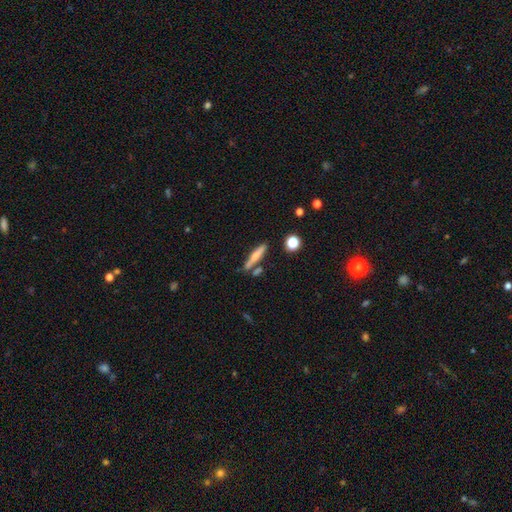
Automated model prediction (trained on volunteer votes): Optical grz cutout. It shows a smooth galaxy with no disk features (64%) that is cigar-shaped (88%). Merging: none (73%).